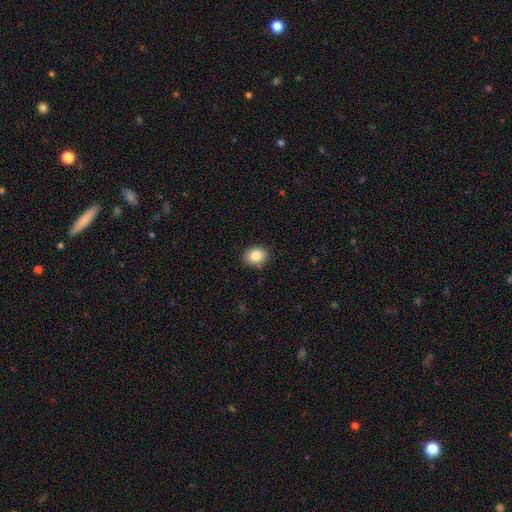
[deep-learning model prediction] smooth_or_featured: smooth (p=0.84) [alt: star or artifact p=0.09]
how_rounded: round (p=0.56) [alt: in between p=0.43]
merging: none (p=0.86) [alt: minor disturbance p=0.10]